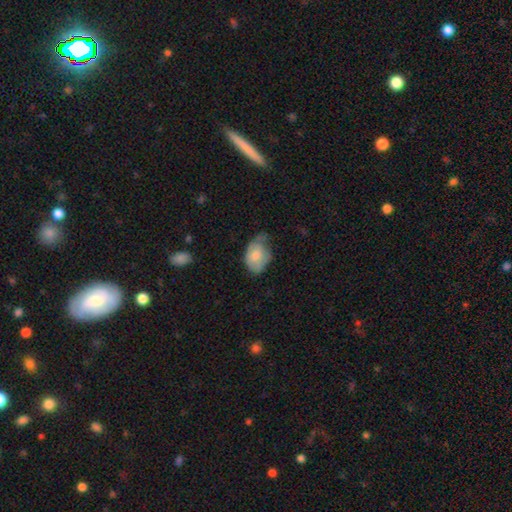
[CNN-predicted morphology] A smooth galaxy with no disk features (71%) that is in between round and cigar-shaped (82%).

Vote fractions:
- Smooth or featured? smooth: 71% / featured or disk: 23% / star or artifact: 6%
- How rounded? in between: 82% / round: 16% / cigar-shaped: 1%
- Merging? minor disturbance: 47% / none: 30% / major disturbance: 21% / merger: 2%